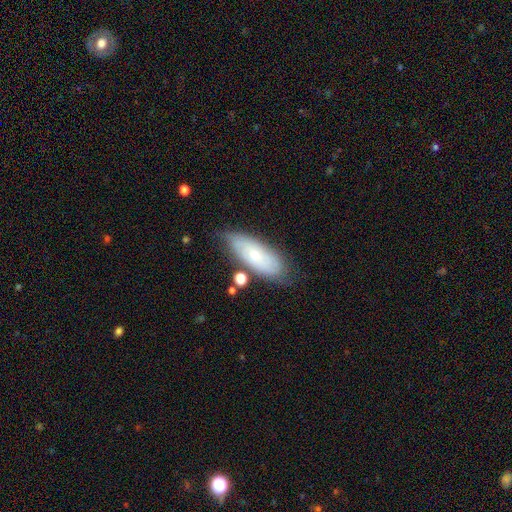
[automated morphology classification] smooth 51%, featured or disk 41%, star or artifact 7%. Down the decision tree: how rounded — in between (76%); merging — none (69%).